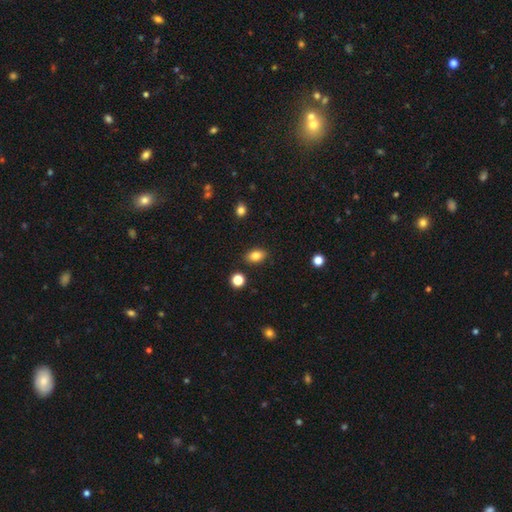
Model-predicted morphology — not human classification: smooth_or_featured: smooth (p=0.83) [alt: star or artifact p=0.10]
how_rounded: in between (p=0.83) [alt: round p=0.15]
merging: none (p=0.87) [alt: minor disturbance p=0.09]